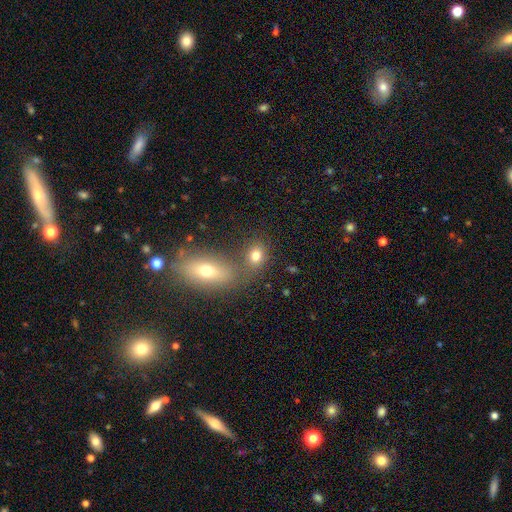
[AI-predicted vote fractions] Smooth or featured? Predicted: smooth (p=0.76). How rounded? Predicted: in between (p=0.52). Merging? Predicted: none (p=0.58).